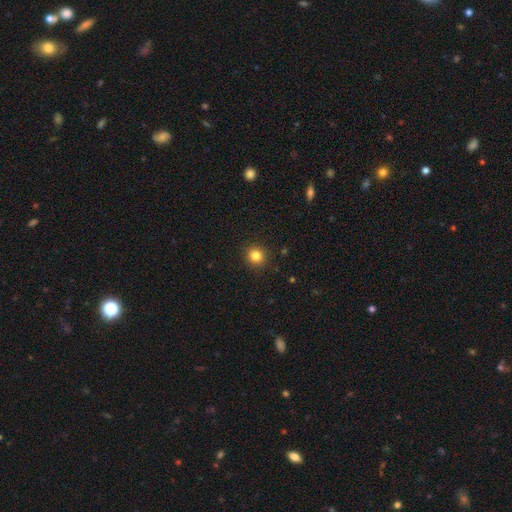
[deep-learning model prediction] Smooth or featured? smooth (83%)
How rounded? round (91%)
Merging? none (91%)